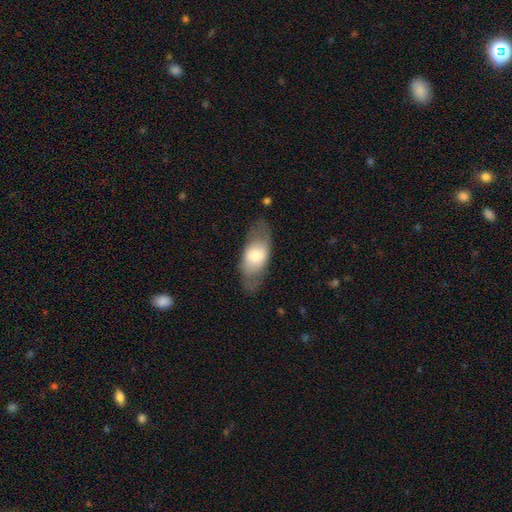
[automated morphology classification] Smooth or featured?
  - smooth: 62% *
  - featured or disk: 32%
  - star or artifact: 6%
How rounded?
  - in between: 85% *
  - cigar-shaped: 10%
  - round: 6%
Merging?
  - none: 75% *
  - minor disturbance: 16%
  - major disturbance: 8%
  - merger: 1%